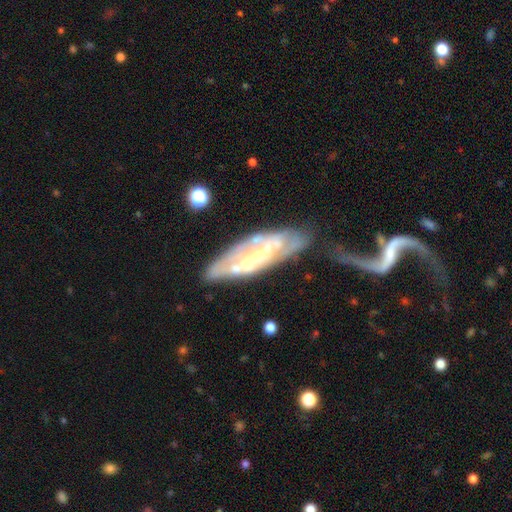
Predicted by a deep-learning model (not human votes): Morphology: type=featured or disk (73%); edge-on=no (81%); bar=no (52%); spiral arms=yes (67%); bulge=small (56%); merging=none (42%).